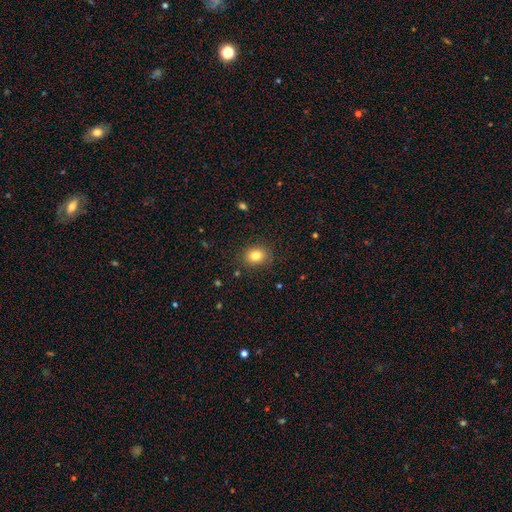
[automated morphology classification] Smooth or featured?
  - smooth: 81% *
  - star or artifact: 11%
  - featured or disk: 8%
How rounded?
  - round: 60% *
  - in between: 39%
  - cigar-shaped: 1%
Merging?
  - none: 85% *
  - minor disturbance: 11%
  - major disturbance: 3%
  - merger: 1%